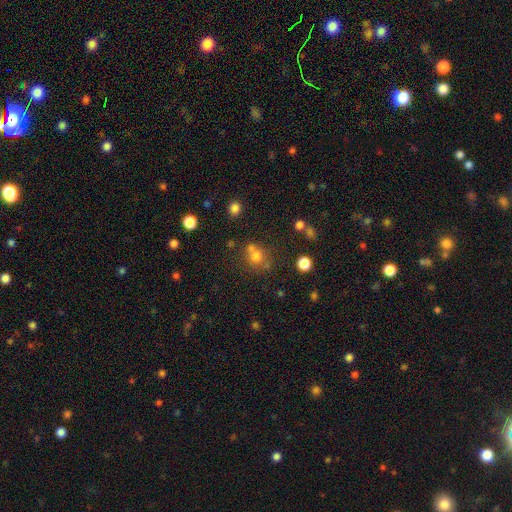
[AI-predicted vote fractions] smooth-or-featured: smooth: 69% | star or artifact: 19% | featured or disk: 12%
  how-rounded: round: 82% | in between: 17% | cigar-shaped: 1%
  merging: none: 53% | merger: 31% | minor disturbance: 11% | major disturbance: 5%